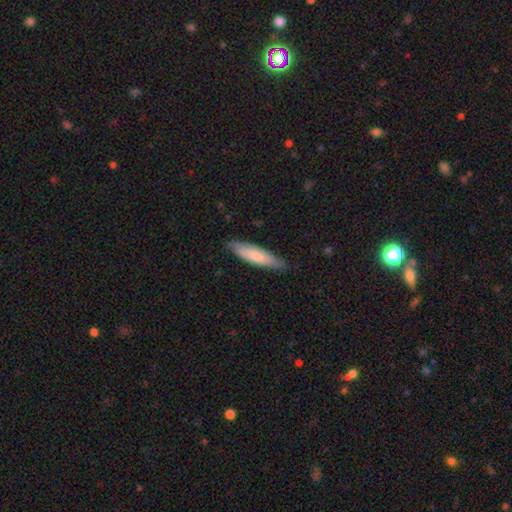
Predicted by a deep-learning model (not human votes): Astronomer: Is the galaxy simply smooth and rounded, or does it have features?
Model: smooth — 72%.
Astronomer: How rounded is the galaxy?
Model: cigar-shaped — 73%.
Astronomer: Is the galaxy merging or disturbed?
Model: none — 82%.